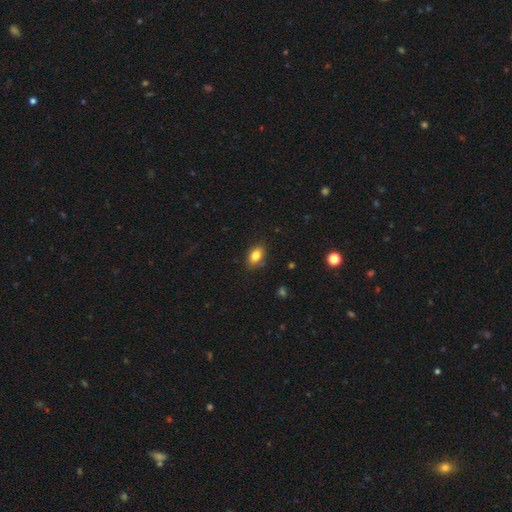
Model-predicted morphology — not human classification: The model was most divided on "merging": none: 83%, minor disturbance: 13%, major disturbance: 2%, merger: 2%. More confident: how rounded — in between (86%); smooth or featured — smooth (83%).